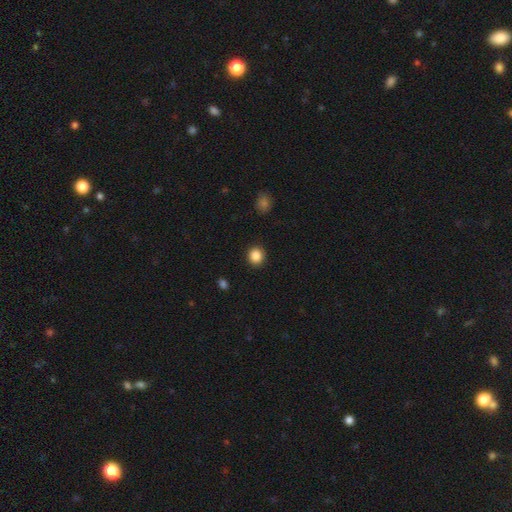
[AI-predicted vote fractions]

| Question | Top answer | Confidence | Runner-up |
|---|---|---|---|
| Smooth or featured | smooth | 87% | star or artifact (10%) |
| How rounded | round | 89% | in between (10%) |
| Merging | none | 91% | minor disturbance (6%) |